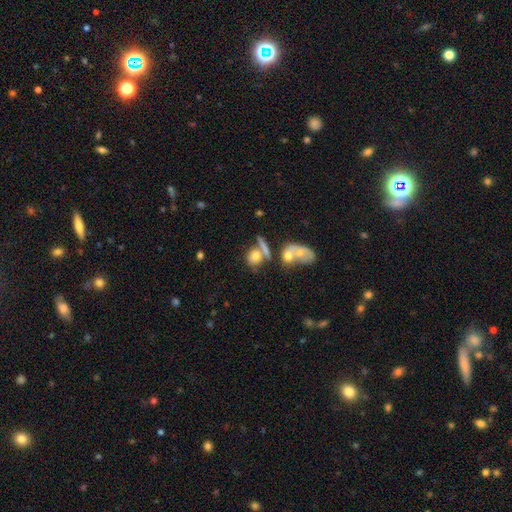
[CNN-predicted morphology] Smooth or featured: smooth — 68% (featured or disk — 20%)
How rounded: round — 60% (in between — 35%)
Merging: merger — 41% (none — 36%)